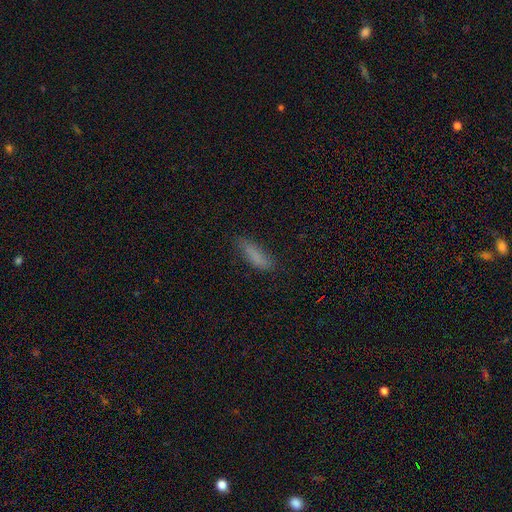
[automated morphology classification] The model was most divided on "how rounded": cigar-shaped: 57%, in between: 41%, round: 2%. More confident: smooth or featured — smooth (81%); merging — none (69%).